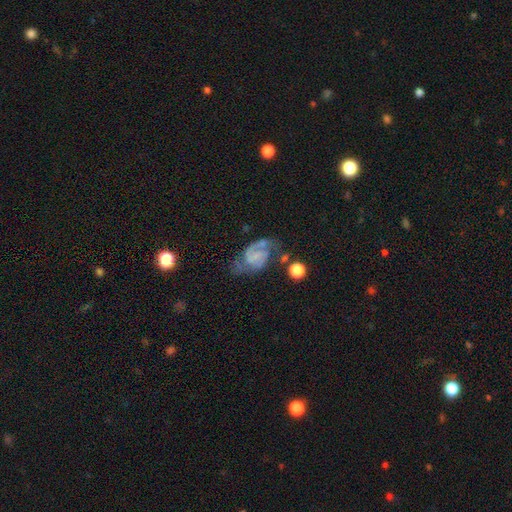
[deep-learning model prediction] Smooth or featured?
  - featured or disk: 82% *
  - smooth: 10%
  - star or artifact: 8%
Edge-on disk?
  - no: 98% *
  - yes: 2%
Bar?
  - weak: 42% *
  - no: 41%
  - strong: 16%
Spiral arms?
  - yes: 94% *
  - no: 6%
Spiral winding?
  - medium: 52% *
  - tight: 27%
  - loose: 21%
Spiral arm count?
  - 2: 87% *
  - can't tell: 5%
  - 1: 4%
  - 3: 2%
  - 4: 1%
  - more than 4: 1%
Bulge size?
  - none: 56% *
  - small: 32%
  - moderate: 8%
  - large: 2%
  - dominant: 1%
Merging?
  - none: 58% *
  - minor disturbance: 21%
  - major disturbance: 16%
  - merger: 4%